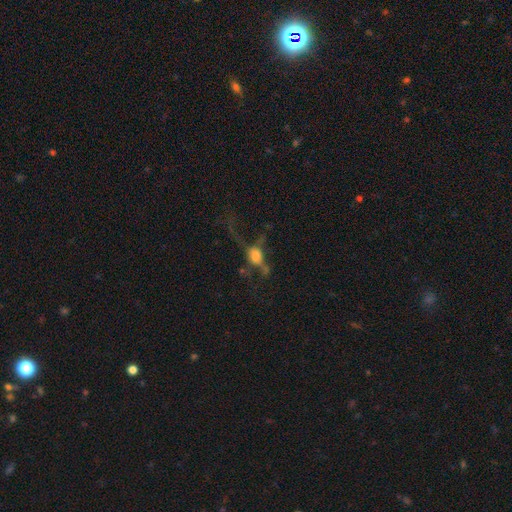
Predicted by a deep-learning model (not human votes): Smooth or featured?
  - featured or disk: 47% *
  - smooth: 39%
  - star or artifact: 14%
Merging?
  - major disturbance: 53% *
  - none: 26%
  - minor disturbance: 12%
  - merger: 9%